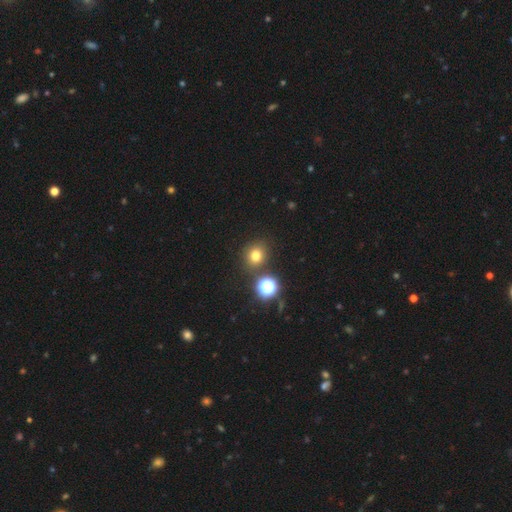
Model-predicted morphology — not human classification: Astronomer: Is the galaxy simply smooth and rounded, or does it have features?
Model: smooth — 74%.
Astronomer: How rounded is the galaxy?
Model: round — 81%.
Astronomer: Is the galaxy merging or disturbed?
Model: none — 82%.